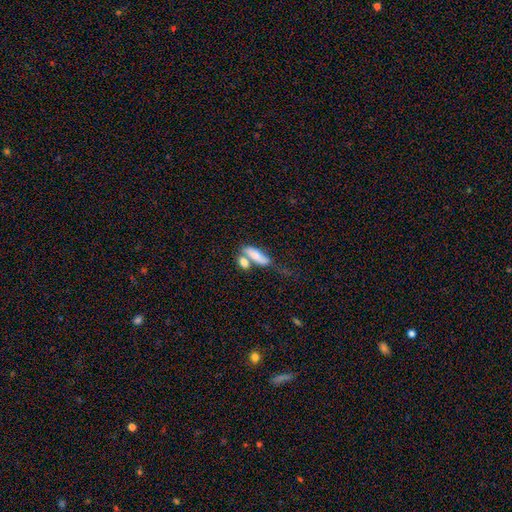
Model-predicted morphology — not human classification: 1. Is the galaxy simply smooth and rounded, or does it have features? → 71% smooth, 21% featured or disk, 8% star or artifact.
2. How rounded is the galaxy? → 67% in between, 29% cigar-shaped, 4% round.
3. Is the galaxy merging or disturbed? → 48% merger, 29% none, 14% minor disturbance, 9% major disturbance.